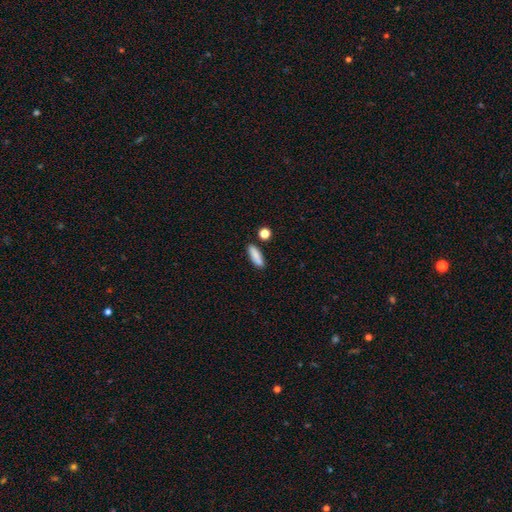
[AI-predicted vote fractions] Morphology: type=smooth (85%); roundness=cigar-shaped (54%); merging=none (80%).